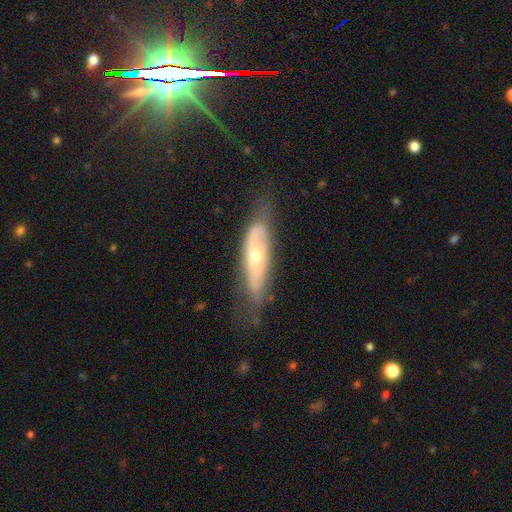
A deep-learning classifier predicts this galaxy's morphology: Smooth or featured?
  - featured or disk: 59% *
  - smooth: 34%
  - star or artifact: 7%
Edge-on disk?
  - no: 64% *
  - yes: 36%
Merging?
  - none: 61% *
  - minor disturbance: 25%
  - major disturbance: 11%
  - merger: 2%